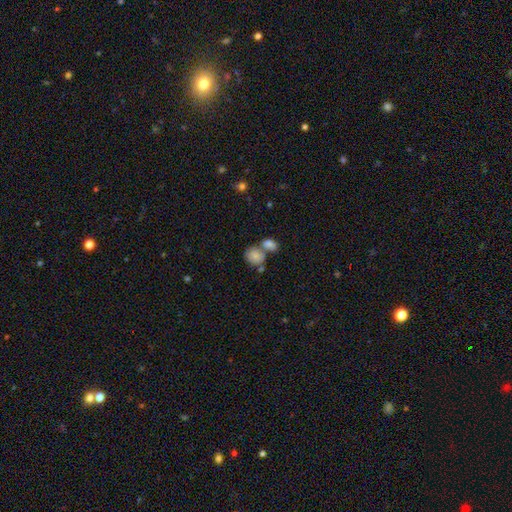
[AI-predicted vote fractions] Morphology: type=smooth (81%); roundness=round (63%); merging=merger (49%).